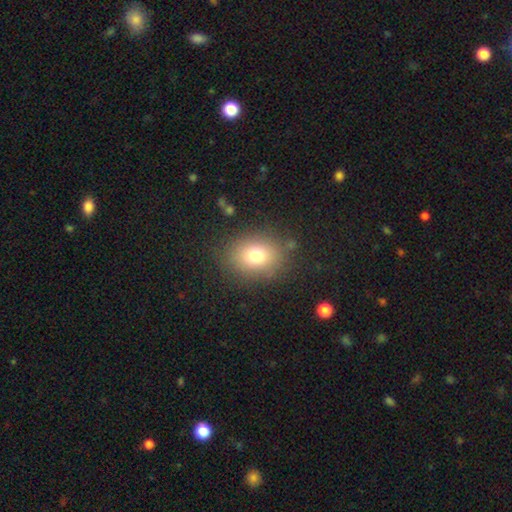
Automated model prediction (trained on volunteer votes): Smooth or featured? Predicted: smooth (p=0.75). How rounded? Predicted: round (p=0.51). Merging? Predicted: none (p=0.83).